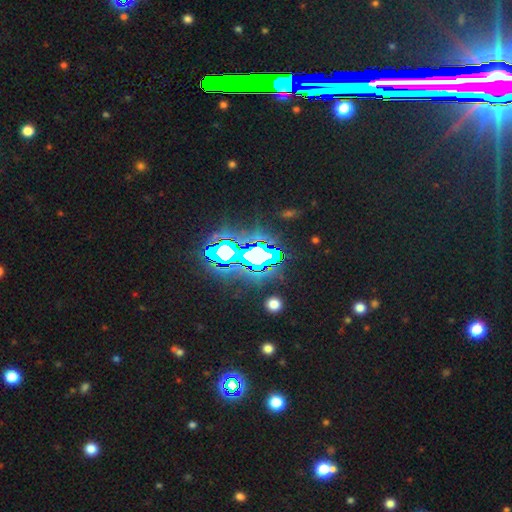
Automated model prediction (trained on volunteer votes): Smooth or featured: star or artifact — 75% (featured or disk — 13%)